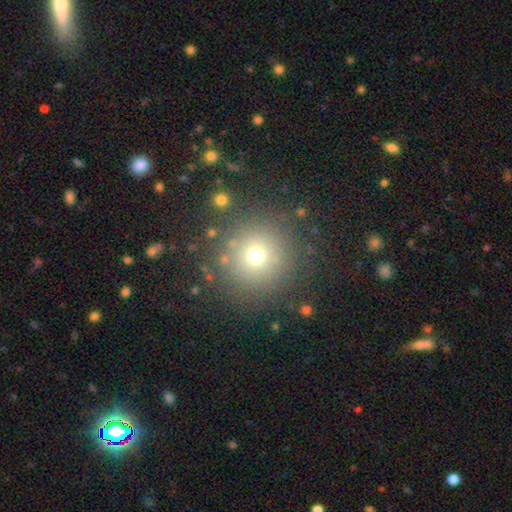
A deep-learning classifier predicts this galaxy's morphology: smooth_or_featured: smooth (p=0.68) [alt: star or artifact p=0.20]
how_rounded: round (p=0.95) [alt: in between p=0.04]
merging: none (p=0.86) [alt: minor disturbance p=0.07]